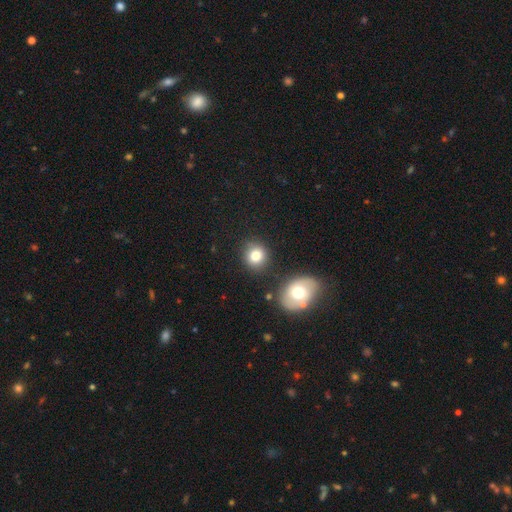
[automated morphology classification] Q: Smooth or featured?
A: smooth (80%); runner-up: star or artifact (10%)
Q: How rounded?
A: round (78%); runner-up: in between (21%)
Q: Merging?
A: none (80%); runner-up: minor disturbance (10%)